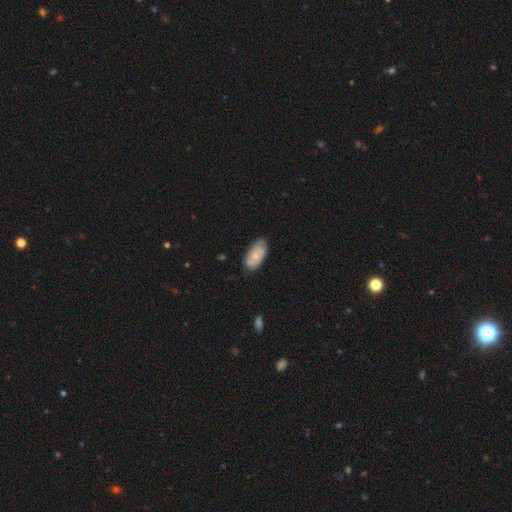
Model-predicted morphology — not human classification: smooth 71%, featured or disk 23%, star or artifact 6%. Down the decision tree: how rounded — in between (94%); merging — none (72%).